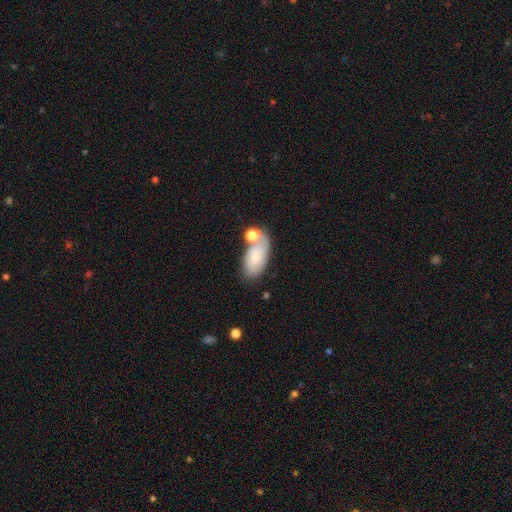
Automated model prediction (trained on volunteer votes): The model was most divided on "merging": none: 45%, merger: 27%, minor disturbance: 19%, major disturbance: 8%. More confident: how rounded — in between (92%); smooth or featured — smooth (59%).